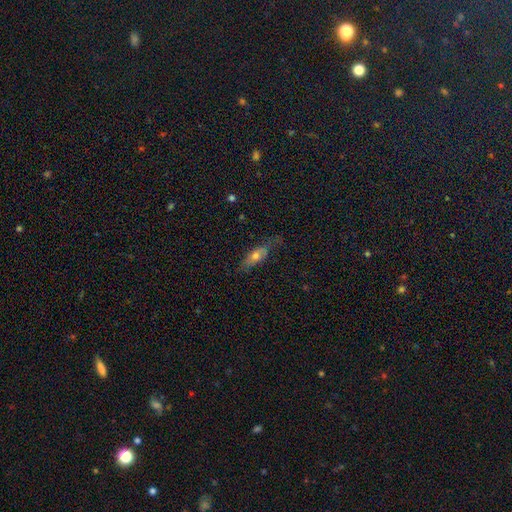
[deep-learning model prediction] smooth 56%, featured or disk 37%, star or artifact 7%. Down the decision tree: how rounded — in between (64%); merging — none (57%).